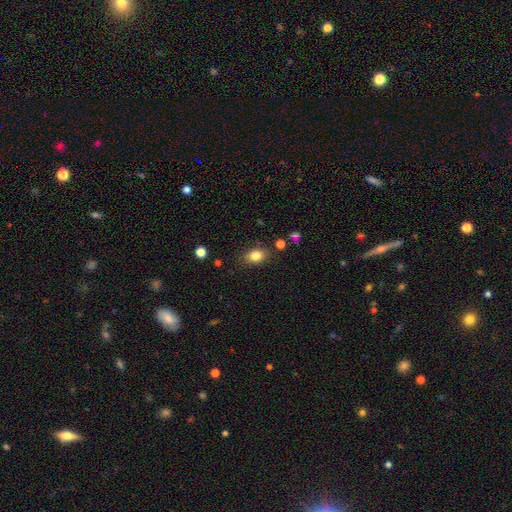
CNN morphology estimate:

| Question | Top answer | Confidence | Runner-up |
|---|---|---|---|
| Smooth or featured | smooth | 82% | star or artifact (10%) |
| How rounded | in between | 73% | round (26%) |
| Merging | none | 82% | minor disturbance (12%) |